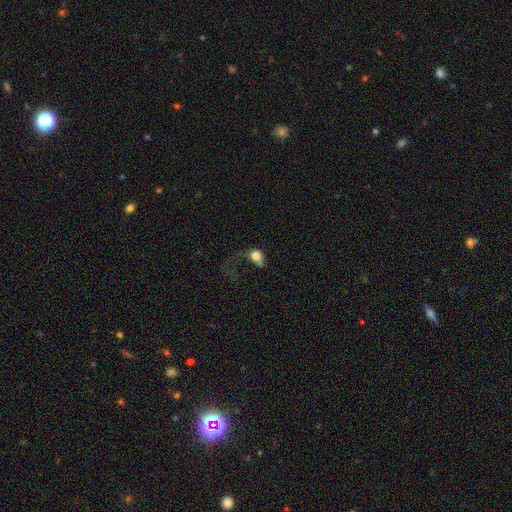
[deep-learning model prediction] A smooth galaxy with no disk features (69%) that is round (53%). Merging: major disturbance (66%).